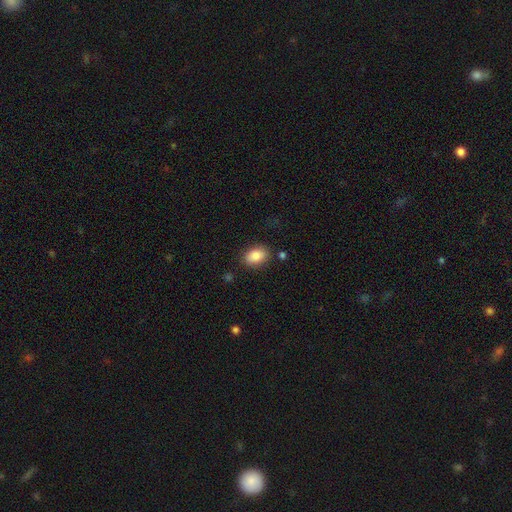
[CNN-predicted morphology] Overall: smooth (84%). How rounded: in between (83%). Merging: none (82%).